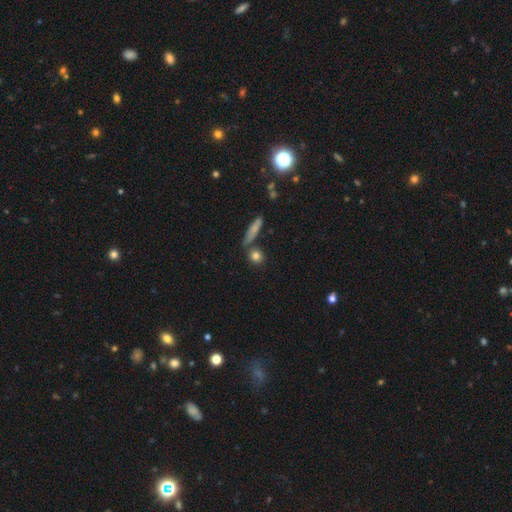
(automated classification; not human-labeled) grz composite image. It shows a smooth galaxy with no disk features (81%) that is round (76%). Merging: none (74%).